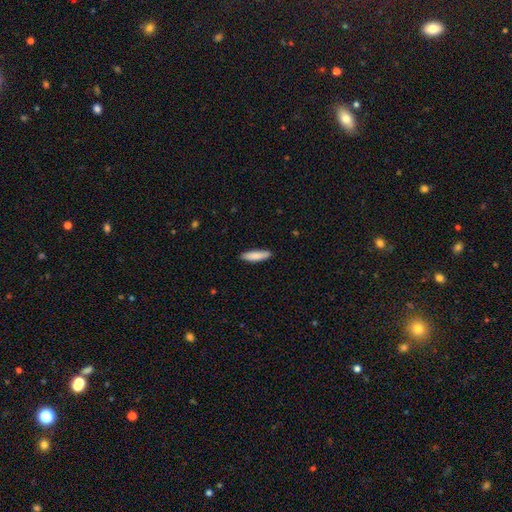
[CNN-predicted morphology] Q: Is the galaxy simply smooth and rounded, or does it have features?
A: smooth — 84%.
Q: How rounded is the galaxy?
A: cigar-shaped — 72%.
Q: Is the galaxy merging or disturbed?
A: none — 87%.